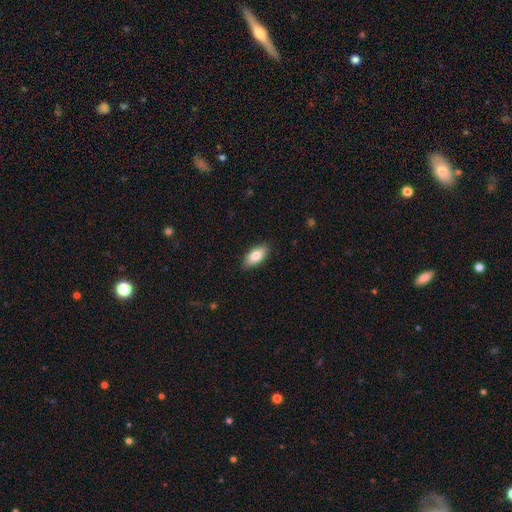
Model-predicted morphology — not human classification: Smooth or featured: smooth — 82% (featured or disk — 11%)
How rounded: in between — 89% (cigar-shaped — 9%)
Merging: none — 85% (minor disturbance — 12%)